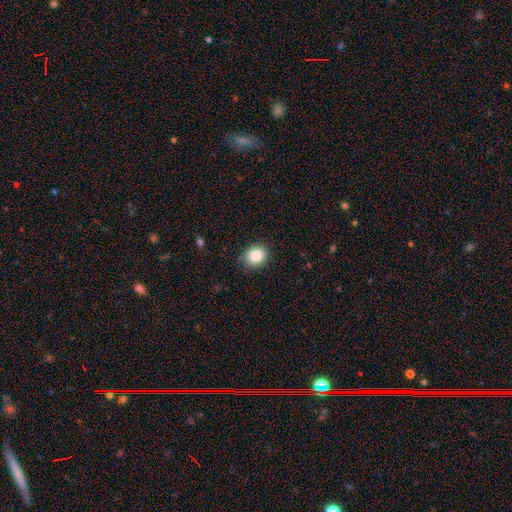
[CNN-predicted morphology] Smooth or featured? smooth (86%)
How rounded? round (71%)
Merging? none (87%)